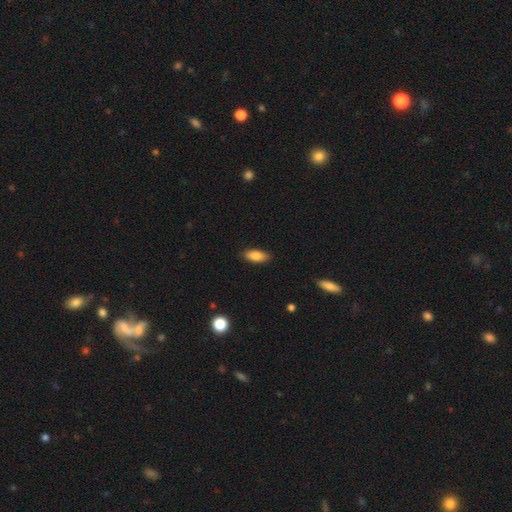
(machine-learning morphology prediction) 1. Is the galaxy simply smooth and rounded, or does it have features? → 84% smooth, 10% featured or disk, 7% star or artifact.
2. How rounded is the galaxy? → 80% in between, 18% cigar-shaped, 2% round.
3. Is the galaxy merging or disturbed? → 87% none, 10% minor disturbance, 2% major disturbance, 1% merger.